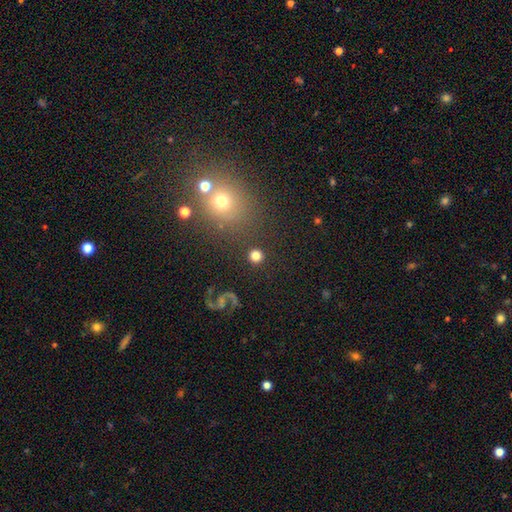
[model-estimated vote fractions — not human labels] smooth-or-featured: smooth: 80% | star or artifact: 11% | featured or disk: 9%
  how-rounded: round: 93% | in between: 6% | cigar-shaped: 1%
  merging: none: 89% | minor disturbance: 5% | major disturbance: 3% | merger: 3%